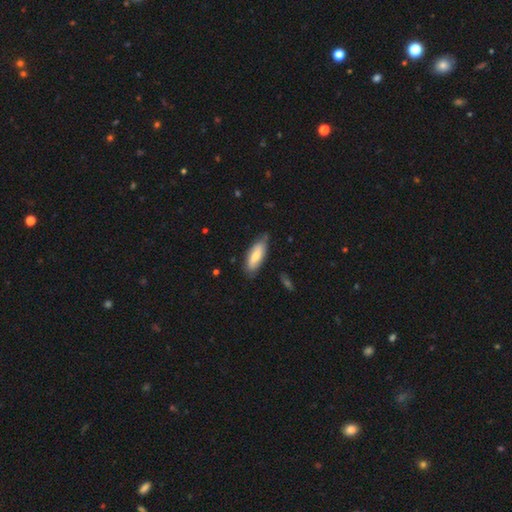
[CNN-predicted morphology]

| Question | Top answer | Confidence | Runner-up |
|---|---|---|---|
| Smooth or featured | smooth | 73% | featured or disk (21%) |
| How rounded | in between | 70% | cigar-shaped (28%) |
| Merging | none | 73% | minor disturbance (22%) |